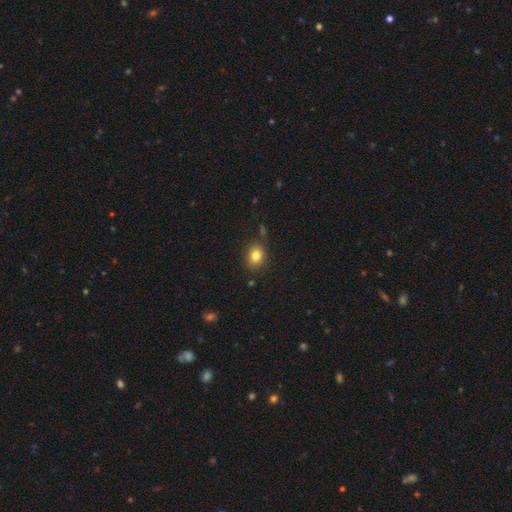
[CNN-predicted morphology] The model was most divided on "how rounded": round: 51%, in between: 48%, cigar-shaped: 1%. More confident: merging — none (82%); smooth or featured — smooth (82%).